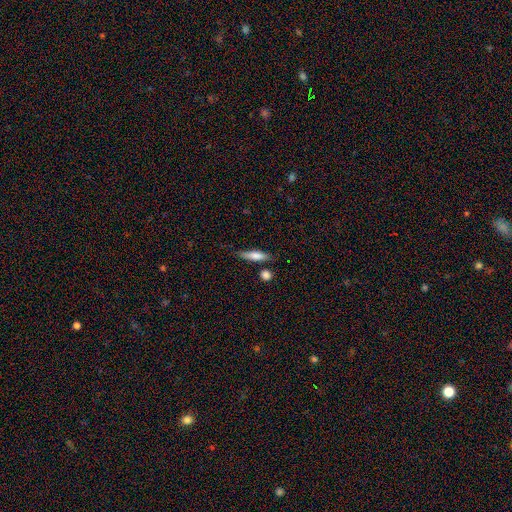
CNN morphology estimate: Smooth or featured? Predicted: smooth (p=0.72). How rounded? Predicted: cigar-shaped (p=0.70). Merging? Predicted: none (p=0.74).